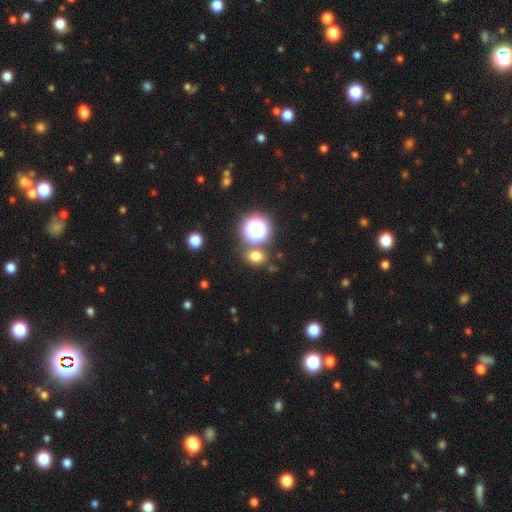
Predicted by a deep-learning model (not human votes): A smooth galaxy with no disk features (68%) that is in between round and cigar-shaped (49%, tied with round). Merging: none (76%).